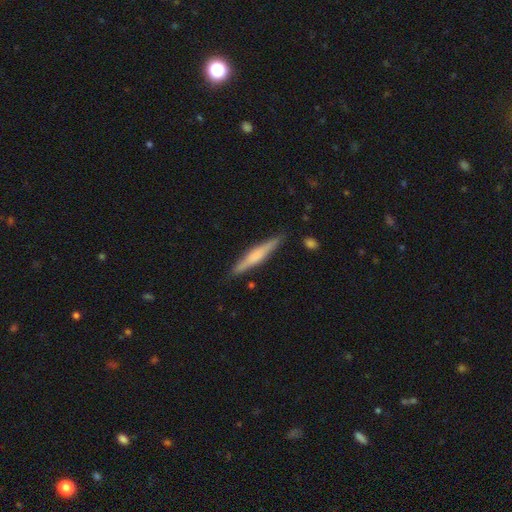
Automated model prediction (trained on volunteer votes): A featured or disk galaxy (48%). Merging: none (87%).